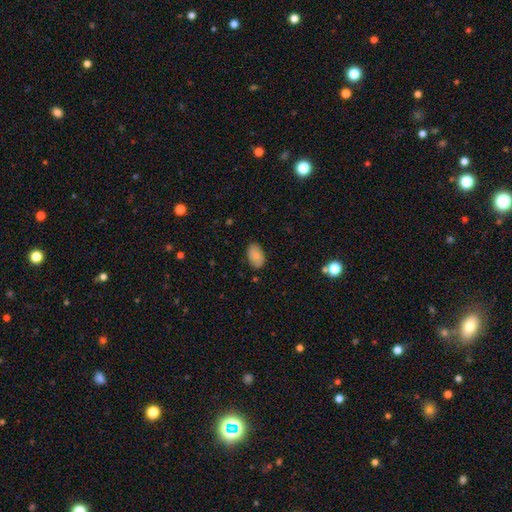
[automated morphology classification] This is clearly a smooth galaxy (84%). How rounded: clearly in between (92%). Merging: clearly none (83%).